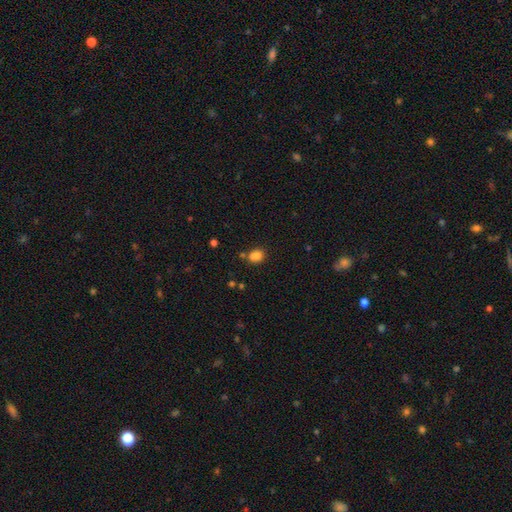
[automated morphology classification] A smooth galaxy with no disk features (83%) that is in between round and cigar-shaped (51%).

Vote fractions:
- Smooth or featured? smooth: 83% / star or artifact: 12% / featured or disk: 5%
- How rounded? in between: 51% / round: 48% / cigar-shaped: 1%
- Merging? none: 69% / minor disturbance: 15% / merger: 12% / major disturbance: 4%